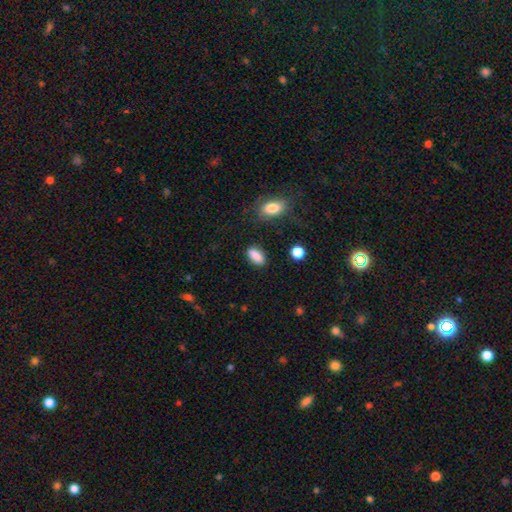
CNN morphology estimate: type=smooth (87%); roundness=in between (85%); merging=none (83%).